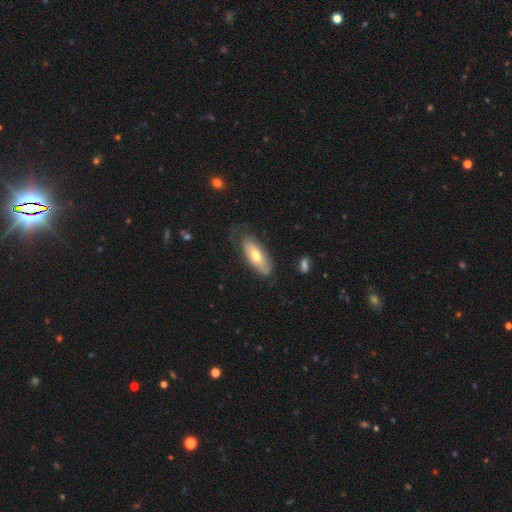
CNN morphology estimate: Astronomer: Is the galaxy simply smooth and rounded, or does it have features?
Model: smooth — 61%.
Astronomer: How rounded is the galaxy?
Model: in between — 77%.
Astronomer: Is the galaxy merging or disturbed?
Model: none — 63%.